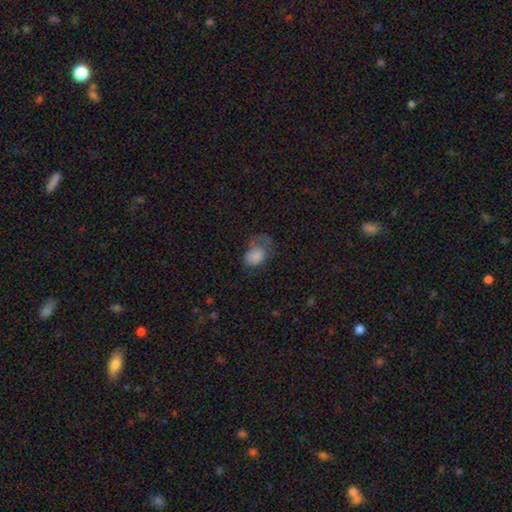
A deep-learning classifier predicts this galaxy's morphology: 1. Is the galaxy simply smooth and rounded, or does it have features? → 75% smooth, 15% featured or disk, 10% star or artifact.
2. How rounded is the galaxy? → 74% in between, 24% round, 1% cigar-shaped.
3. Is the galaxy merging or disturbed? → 43% major disturbance, 28% minor disturbance, 26% none, 3% merger.